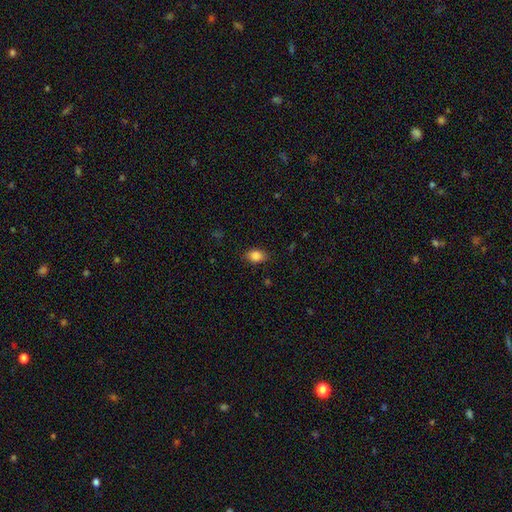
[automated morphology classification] A smooth galaxy with no disk features (86%) that is in between round and cigar-shaped (79%). Merging: none (85%).